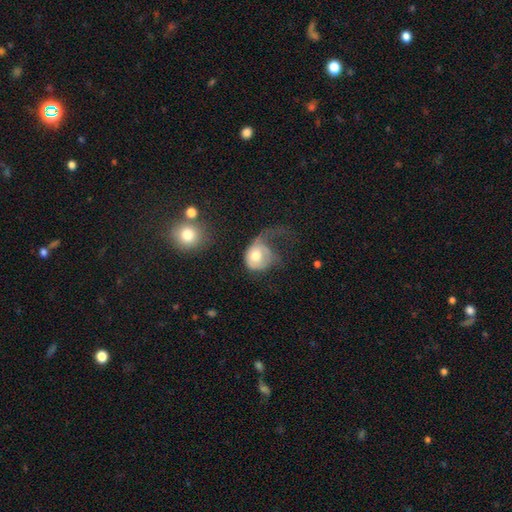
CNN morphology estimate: Q: Smooth or featured?
A: smooth (50%); runner-up: featured or disk (43%)
Q: How rounded?
A: round (68%); runner-up: in between (31%)
Q: Merging?
A: major disturbance (62%); runner-up: minor disturbance (18%)